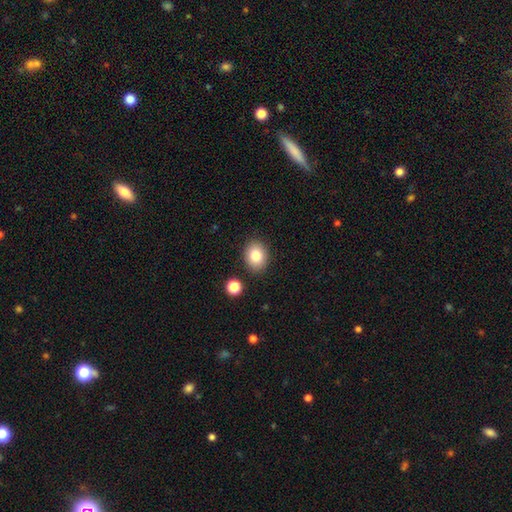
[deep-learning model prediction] Smooth or featured?
  - smooth: 83% *
  - star or artifact: 9%
  - featured or disk: 8%
How rounded?
  - in between: 53% *
  - round: 46%
  - cigar-shaped: 1%
Merging?
  - none: 86% *
  - minor disturbance: 8%
  - merger: 3%
  - major disturbance: 2%